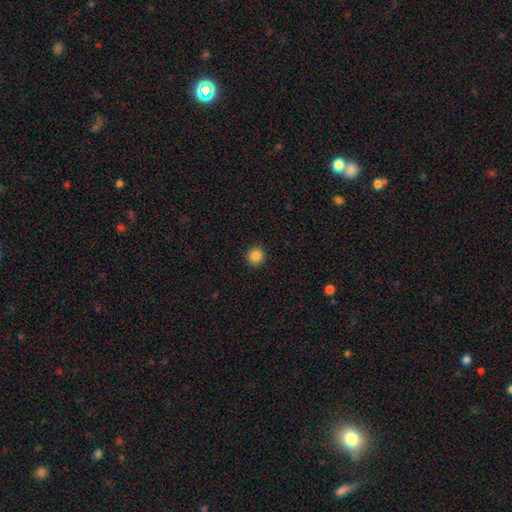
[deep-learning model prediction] smooth-or-featured: smooth: 86% | star or artifact: 10% | featured or disk: 4%
  how-rounded: round: 92% | in between: 7% | cigar-shaped: 1%
  merging: none: 92% | minor disturbance: 6% | major disturbance: 2% | merger: 1%